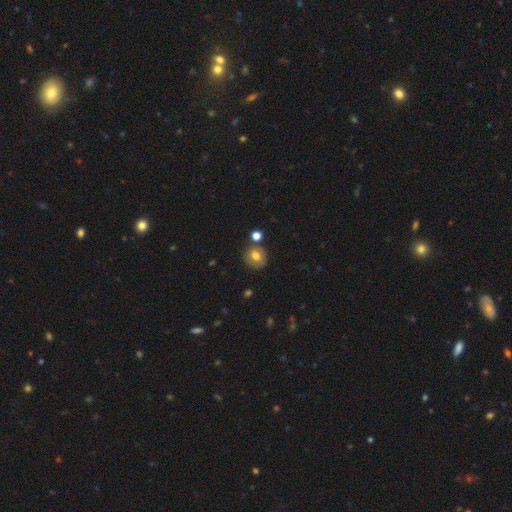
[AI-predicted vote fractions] smooth 74%, featured or disk 16%, star or artifact 10%. Down the decision tree: how rounded — round (82%); merging — none (74%).